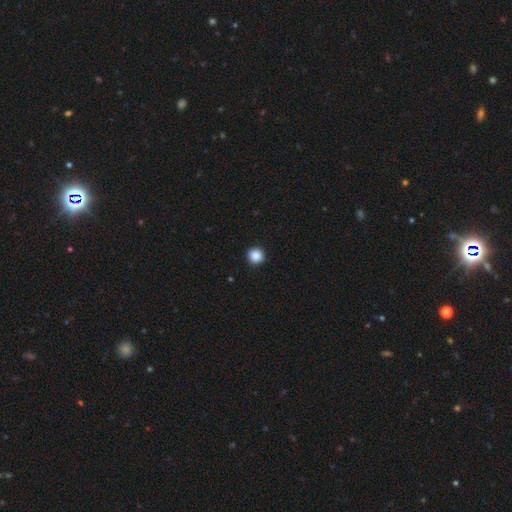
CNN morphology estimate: smooth_or_featured: smooth (p=0.87) [alt: star or artifact p=0.10]
how_rounded: round (p=0.94) [alt: in between p=0.05]
merging: none (p=0.93) [alt: minor disturbance p=0.05]